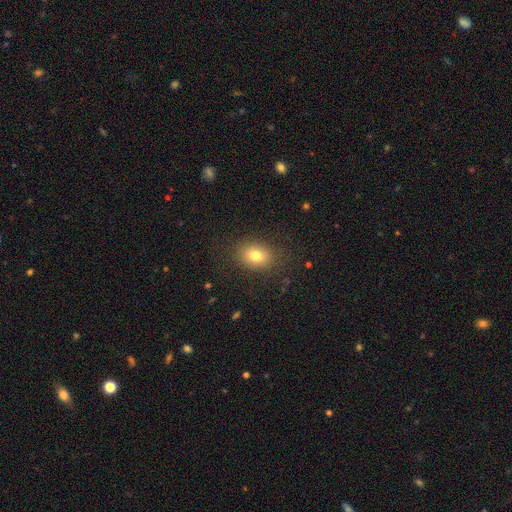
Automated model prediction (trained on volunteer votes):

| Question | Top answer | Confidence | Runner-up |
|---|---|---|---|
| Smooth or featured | smooth | 77% | star or artifact (12%) |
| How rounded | in between | 60% | round (38%) |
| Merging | none | 83% | minor disturbance (11%) |